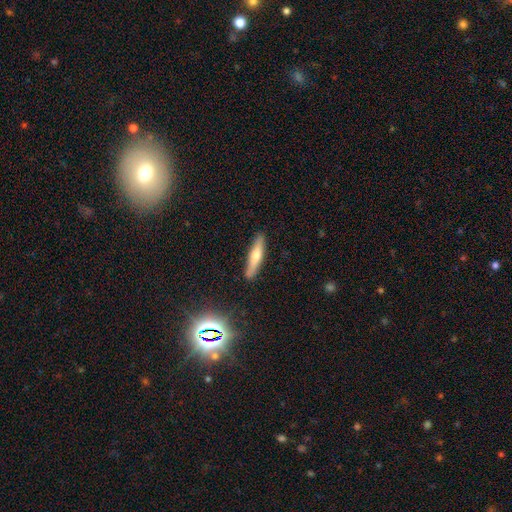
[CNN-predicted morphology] smooth_or_featured: smooth (p=0.50) [alt: featured or disk p=0.43]
merging: none (p=0.88) [alt: minor disturbance p=0.09]